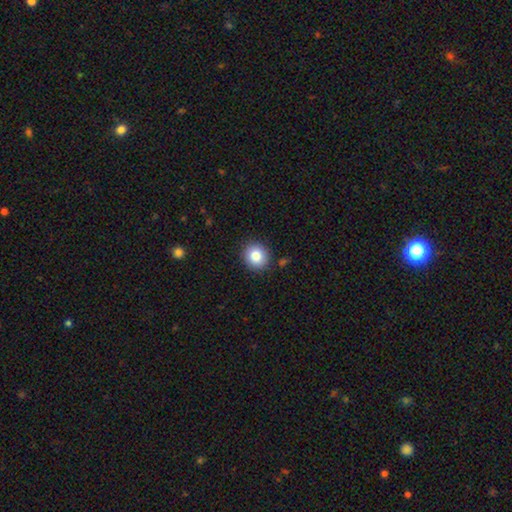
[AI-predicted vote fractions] A smooth galaxy with no disk features (83%) that is round (86%). Merging: none (88%).